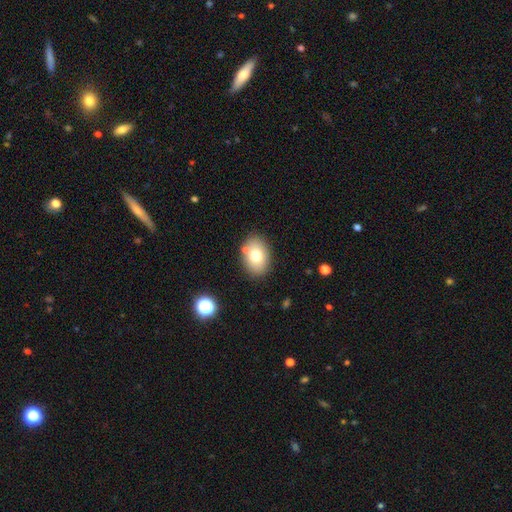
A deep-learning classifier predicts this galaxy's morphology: smooth_or_featured: smooth (p=0.74) [alt: featured or disk p=0.16]
how_rounded: in between (p=0.77) [alt: round p=0.22]
merging: none (p=0.80) [alt: minor disturbance p=0.11]